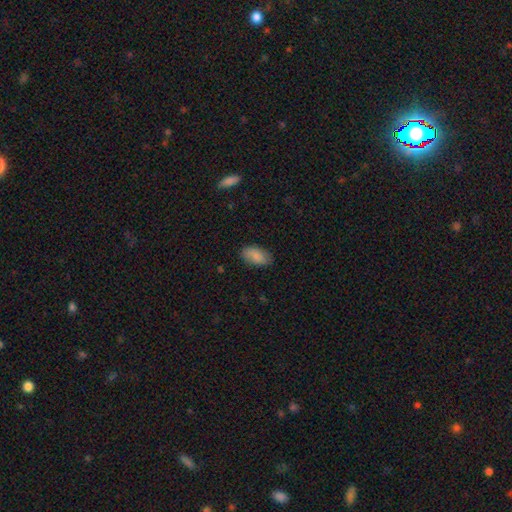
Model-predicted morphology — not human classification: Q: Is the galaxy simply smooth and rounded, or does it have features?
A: smooth — 86%.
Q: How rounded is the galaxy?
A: in between — 94%.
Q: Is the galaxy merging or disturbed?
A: none — 83%.